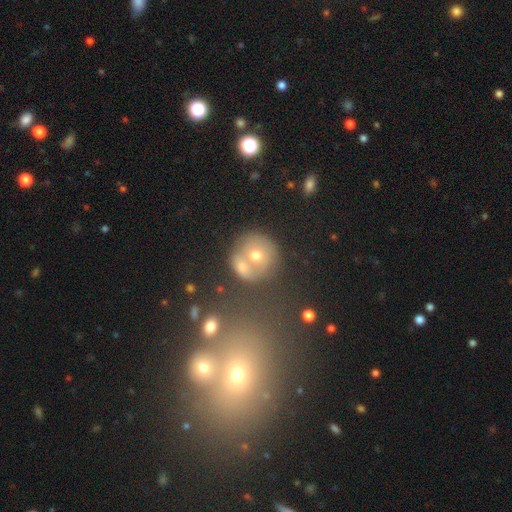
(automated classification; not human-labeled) smooth-or-featured: smooth: 57% | featured or disk: 31% | star or artifact: 12%
  how-rounded: round: 85% | in between: 14% | cigar-shaped: 1%
  merging: merger: 52% | none: 35% | minor disturbance: 9% | major disturbance: 5%